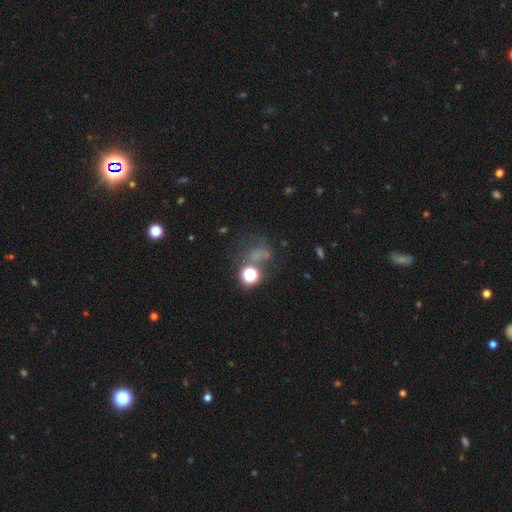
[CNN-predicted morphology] Smooth or featured? smooth (49%)
Merging? none (50%)